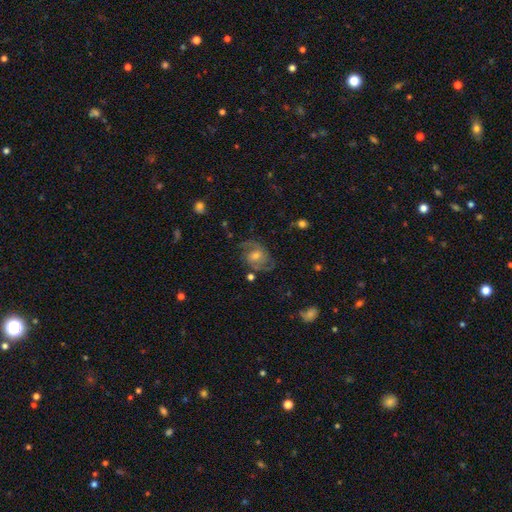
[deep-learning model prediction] This is likely a featured or disk galaxy (77%). It is clearly not viewed edge-on (97%). Bar: possibly no (54%). Spiral arm pattern: clearly yes (93%). Spiral arm count: likely 2 (78%). Spiral winding: possibly medium (51%). Central bulge: possibly moderate (50%). Merging: likely none (66%).